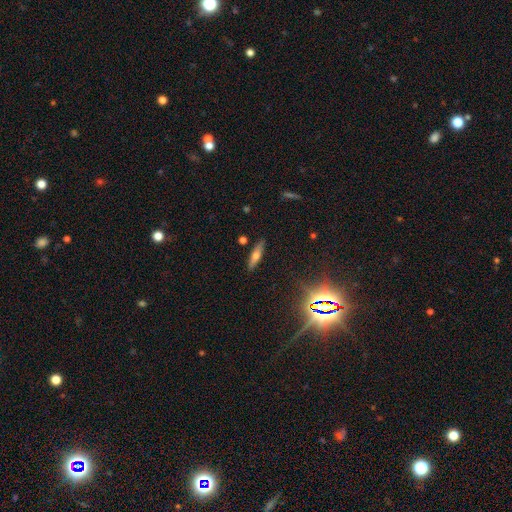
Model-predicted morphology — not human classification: This is possibly a smooth galaxy (54%). How rounded: likely cigar-shaped (68%). Merging: clearly none (87%).